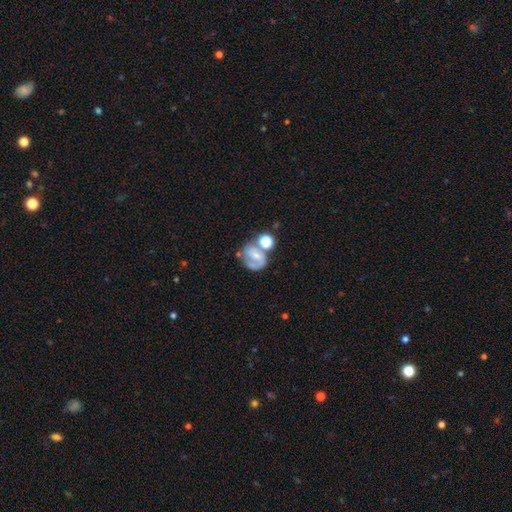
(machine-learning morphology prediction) smooth-or-featured: featured or disk: 53% | smooth: 36% | star or artifact: 11%
  disk-edge-on: no: 97% | yes: 3%
    bar: no: 43% | weak: 37% | strong: 20%
    has-spiral-arms: yes: 67% | no: 33%
    bulge-size: small: 51% | moderate: 31% | none: 13% | large: 4% | dominant: 2%
  merging: none: 39% | merger: 29% | minor disturbance: 18% | major disturbance: 15%